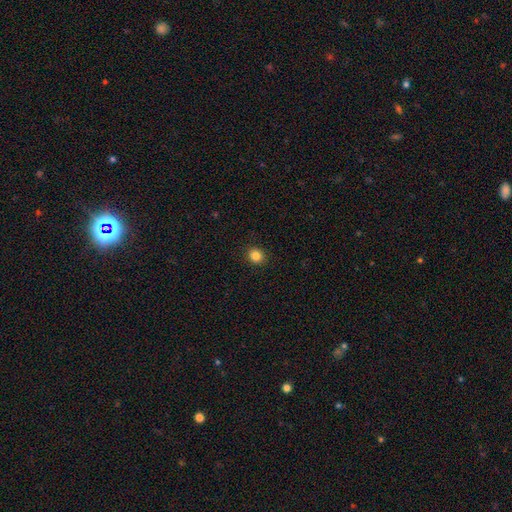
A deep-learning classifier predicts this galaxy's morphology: Smooth or featured: smooth — 84% (star or artifact — 11%)
How rounded: round — 82% (in between — 17%)
Merging: none — 92% (minor disturbance — 5%)